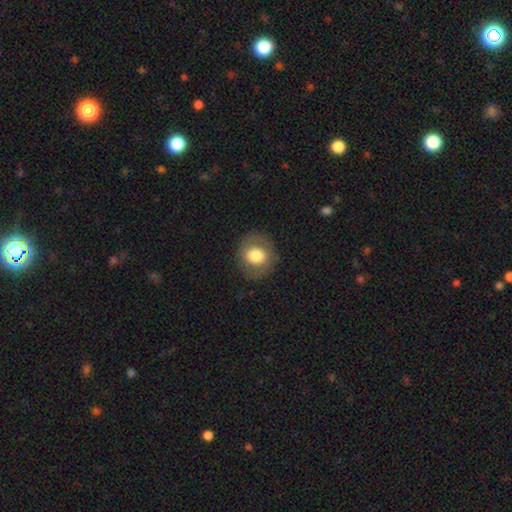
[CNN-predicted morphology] The model was most divided on "smooth or featured": smooth: 72%, featured or disk: 20%, star or artifact: 8%. More confident: merging — none (85%); how rounded — round (80%).